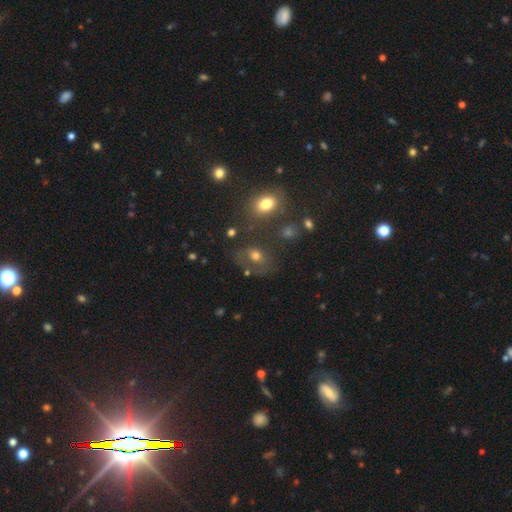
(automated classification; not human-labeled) Smooth or featured? smooth (58%)
How rounded? in between (65%)
Merging? none (55%)